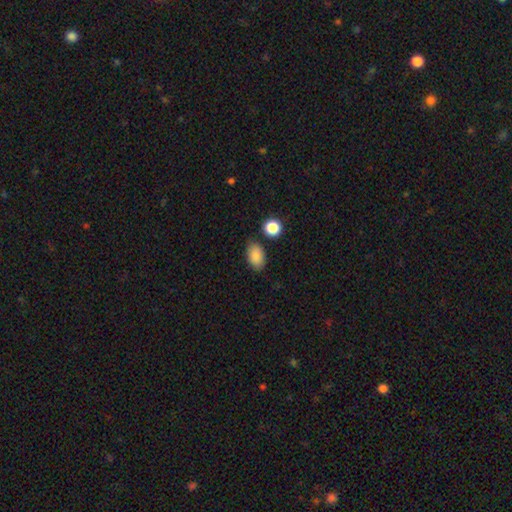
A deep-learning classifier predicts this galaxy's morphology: Q: Smooth or featured?
A: smooth (87%); runner-up: star or artifact (8%)
Q: How rounded?
A: in between (87%); runner-up: round (11%)
Q: Merging?
A: none (79%); runner-up: minor disturbance (13%)